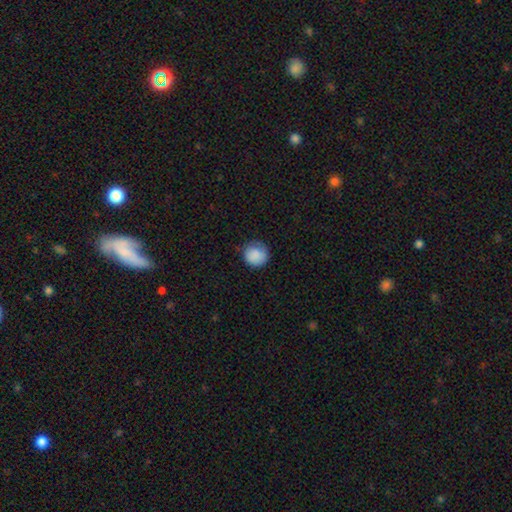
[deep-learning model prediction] smooth-or-featured: smooth: 88% | star or artifact: 8% | featured or disk: 5%
  how-rounded: round: 91% | in between: 8% | cigar-shaped: 1%
  merging: none: 76% | minor disturbance: 19% | major disturbance: 4% | merger: 1%